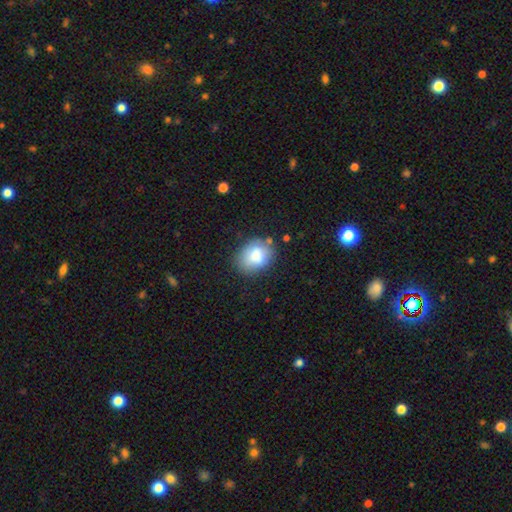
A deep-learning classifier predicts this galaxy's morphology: smooth 81%, featured or disk 11%, star or artifact 8%. Down the decision tree: how rounded — in between (65%); merging — none (72%).